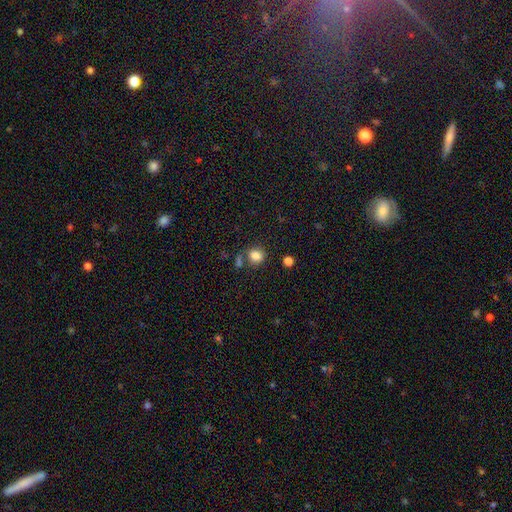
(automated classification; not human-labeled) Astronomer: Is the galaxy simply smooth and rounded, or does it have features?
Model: smooth — 83%.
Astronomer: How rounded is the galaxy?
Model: round — 62%.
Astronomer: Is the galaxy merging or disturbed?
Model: none — 67%.